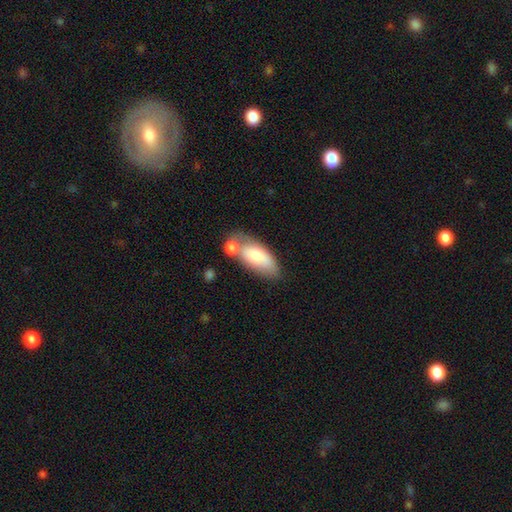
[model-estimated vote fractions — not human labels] Morphology: type=smooth (74%); roundness=in between (85%); merging=none (41%).